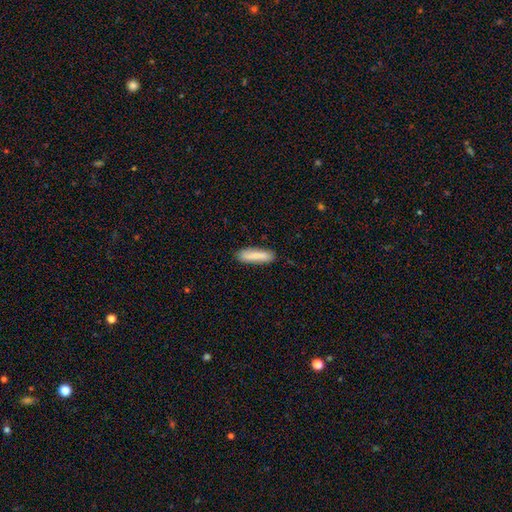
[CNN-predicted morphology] A smooth galaxy with no disk features (83%) that is cigar-shaped (73%).

Vote fractions:
- Smooth or featured? smooth: 83% / featured or disk: 11% / star or artifact: 6%
- How rounded? cigar-shaped: 73% / in between: 26% / round: 2%
- Merging? none: 85% / minor disturbance: 11% / major disturbance: 2% / merger: 1%